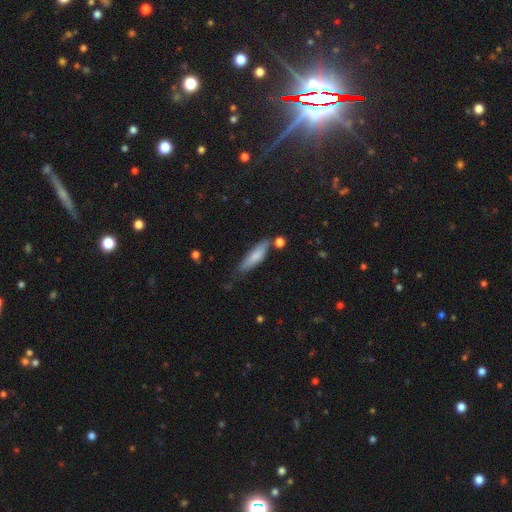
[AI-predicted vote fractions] The model was most divided on "merging": none: 68%, minor disturbance: 21%, merger: 7%, major disturbance: 4%. More confident: smooth or featured — smooth (74%); how rounded — cigar-shaped (73%).